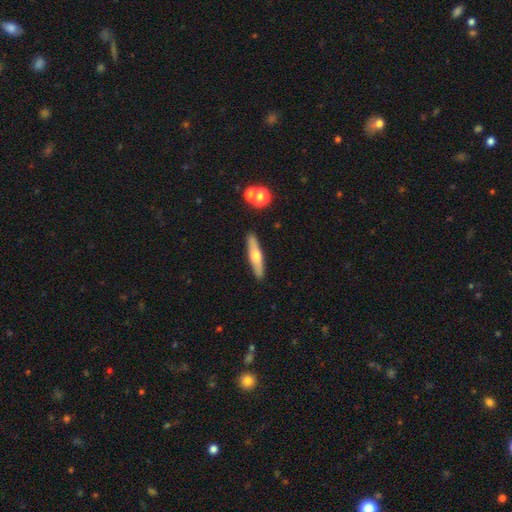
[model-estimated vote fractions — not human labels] Q: Smooth or featured?
A: smooth (47%); tied with: featured or disk (47%)
Q: Merging?
A: none (89%); runner-up: minor disturbance (7%)